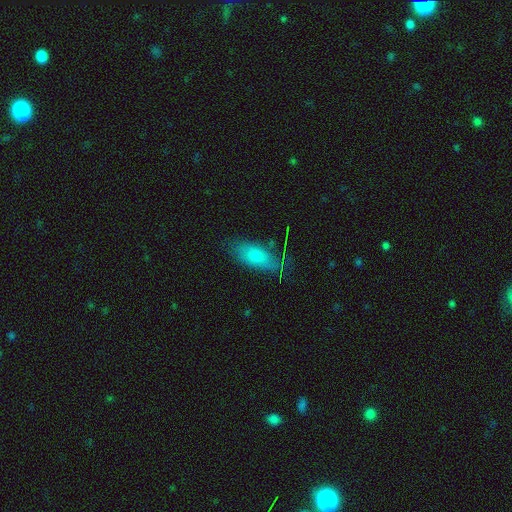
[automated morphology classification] A smooth galaxy with no disk features (75%) that is in between round and cigar-shaped (82%).

Vote fractions:
- Smooth or featured? smooth: 75% / featured or disk: 17% / star or artifact: 8%
- How rounded? in between: 82% / cigar-shaped: 15% / round: 3%
- Merging? none: 70% / minor disturbance: 20% / major disturbance: 7% / merger: 3%